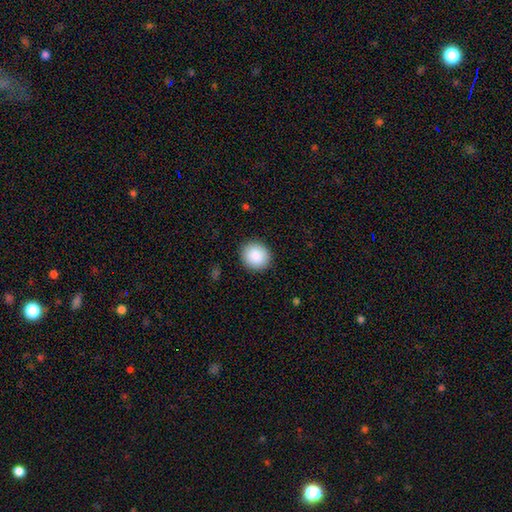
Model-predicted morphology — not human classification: This appears to be a smooth galaxy with no disk features (89%) that is round (86%). Merging: none (91%).